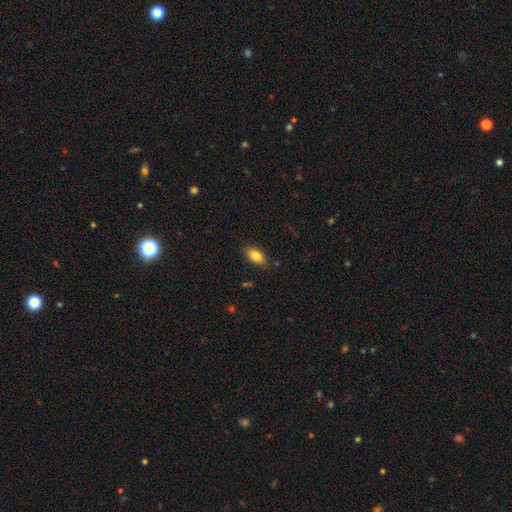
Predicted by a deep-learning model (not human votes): Q: Smooth or featured?
A: smooth (84%); runner-up: featured or disk (8%)
Q: How rounded?
A: in between (90%); runner-up: cigar-shaped (5%)
Q: Merging?
A: none (82%); runner-up: minor disturbance (14%)